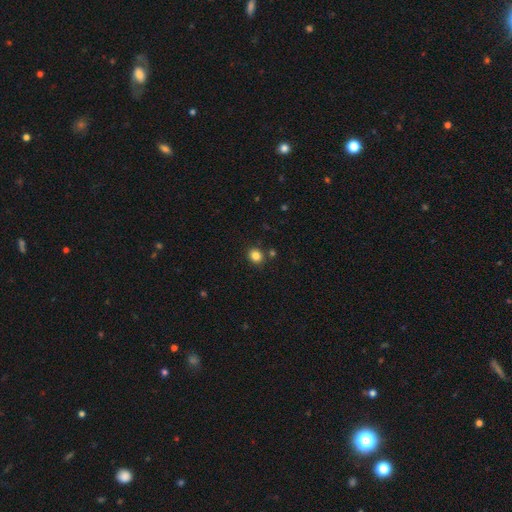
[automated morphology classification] Smooth or featured? Predicted: smooth (p=0.84). How rounded? Predicted: round (p=0.67). Merging? Predicted: none (p=0.83).